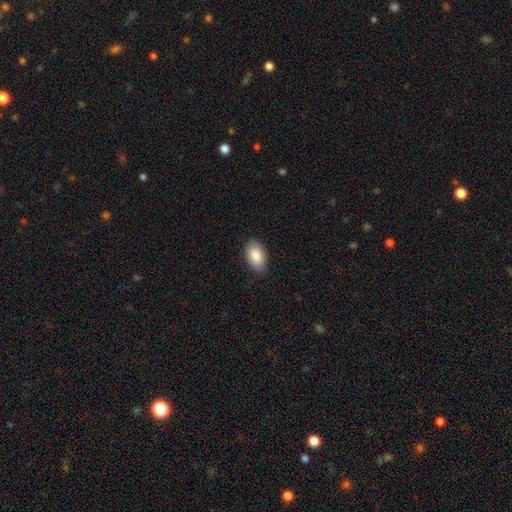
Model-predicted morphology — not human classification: smooth 89%, star or artifact 6%, featured or disk 5%. Down the decision tree: how rounded — in between (94%); merging — none (84%).